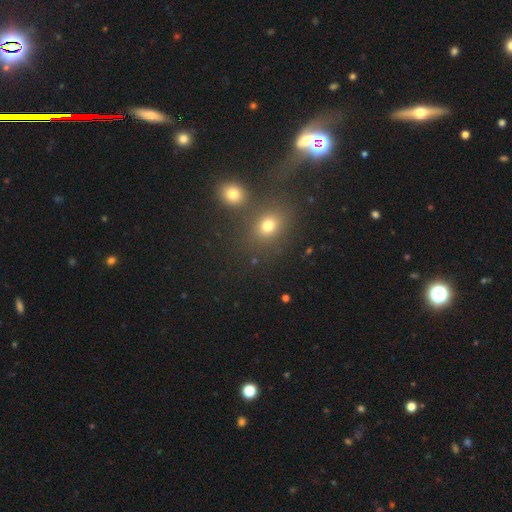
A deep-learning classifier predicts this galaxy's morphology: The model was most divided on "smooth or featured": smooth: 47%, star or artifact: 43%, featured or disk: 10%. More confident: merging — none (72%).